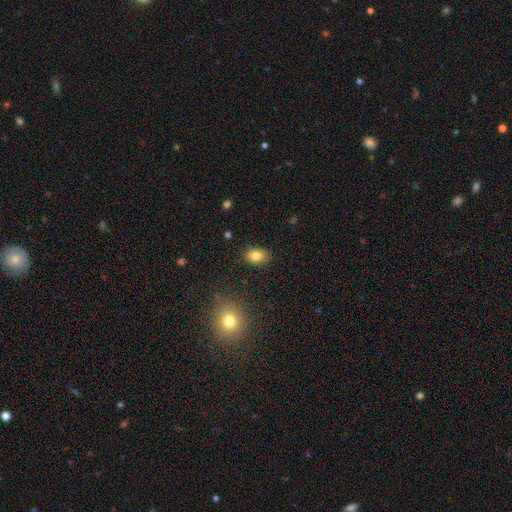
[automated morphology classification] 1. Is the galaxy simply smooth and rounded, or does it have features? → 84% smooth, 10% star or artifact, 7% featured or disk.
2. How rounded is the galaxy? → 76% in between, 22% round, 1% cigar-shaped.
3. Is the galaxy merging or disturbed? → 86% none, 10% minor disturbance, 3% major disturbance, 1% merger.